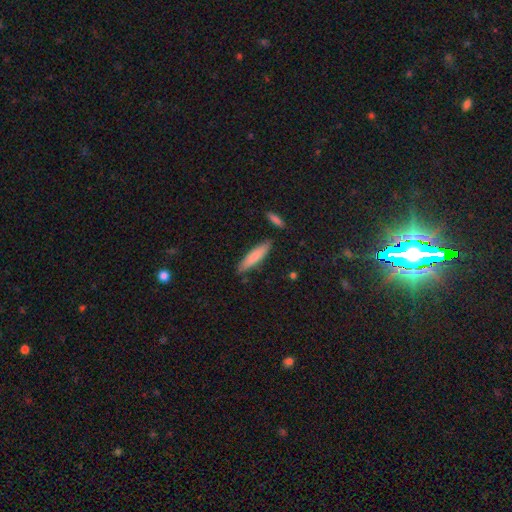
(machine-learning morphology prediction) smooth-or-featured: smooth: 80% | featured or disk: 15% | star or artifact: 5%
  how-rounded: cigar-shaped: 79% | in between: 20% | round: 1%
  merging: none: 84% | minor disturbance: 11% | merger: 3% | major disturbance: 2%